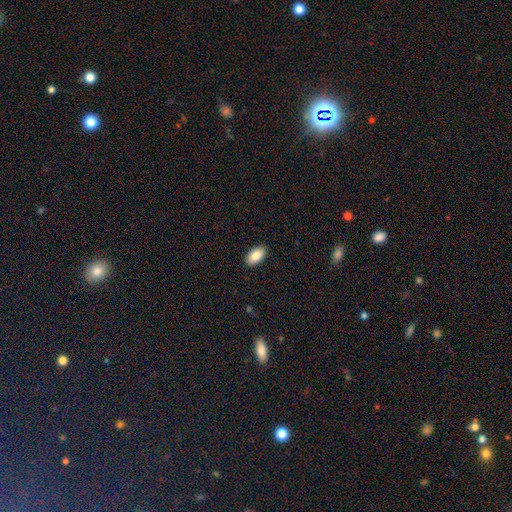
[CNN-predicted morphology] type=smooth (89%); roundness=in between (95%); merging=none (90%).